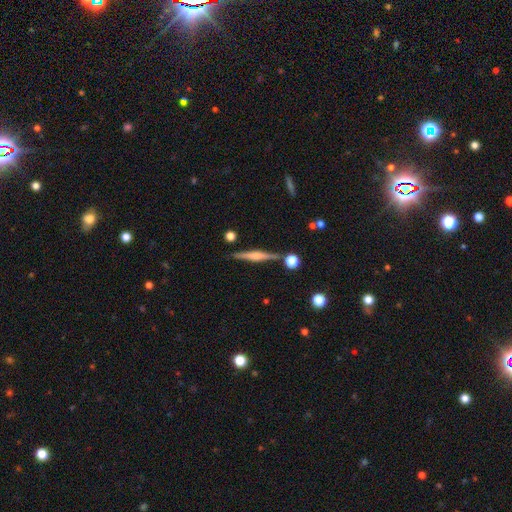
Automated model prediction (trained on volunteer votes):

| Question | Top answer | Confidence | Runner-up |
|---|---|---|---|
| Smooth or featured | featured or disk | 68% | smooth (25%) |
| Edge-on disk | yes | 98% | no (2%) |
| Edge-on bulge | rounded | 67% | boxy (23%) |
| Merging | none | 85% | minor disturbance (9%) |